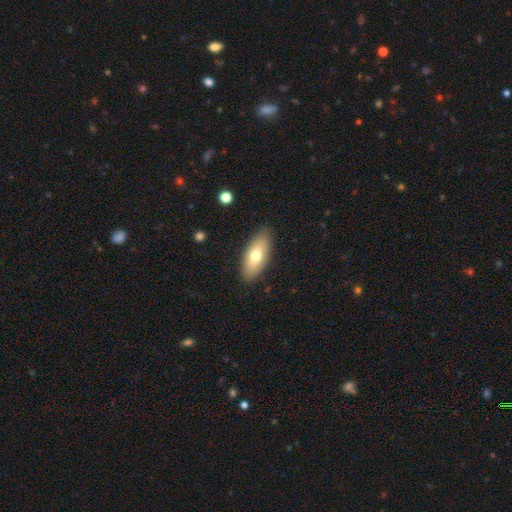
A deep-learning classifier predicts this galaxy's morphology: Smooth or featured? Predicted: smooth (p=0.70). How rounded? Predicted: in between (p=0.81). Merging? Predicted: none (p=0.87).